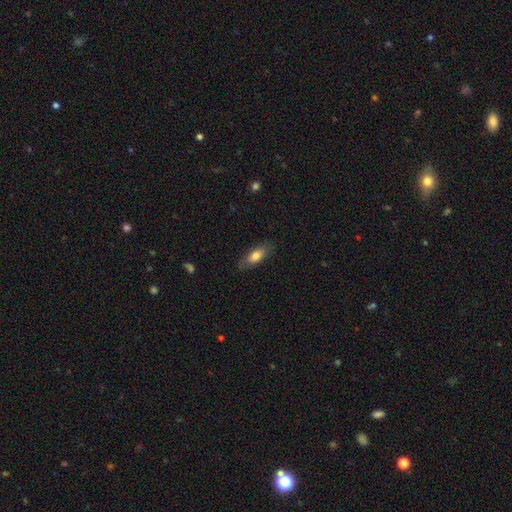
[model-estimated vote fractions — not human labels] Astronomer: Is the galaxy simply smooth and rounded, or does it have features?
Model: smooth — 73%.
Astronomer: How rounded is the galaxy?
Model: in between — 69%.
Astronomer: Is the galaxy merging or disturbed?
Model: none — 80%.